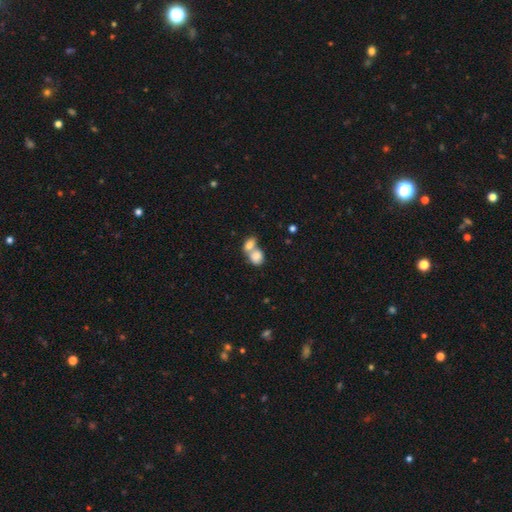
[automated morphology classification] smooth_or_featured: smooth (p=0.81) [alt: featured or disk p=0.12]
how_rounded: in between (p=0.60) [alt: round p=0.39]
merging: merger (p=0.71) [alt: none p=0.20]